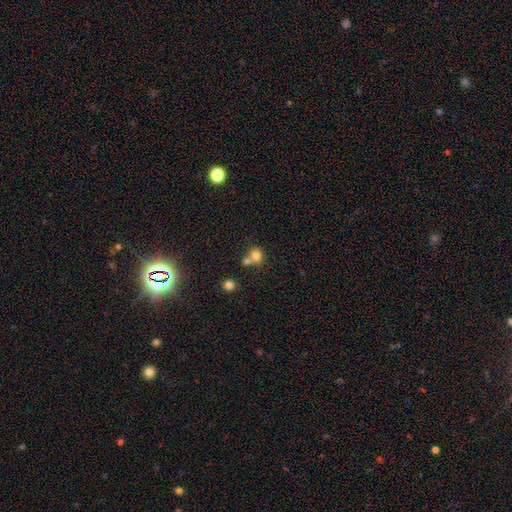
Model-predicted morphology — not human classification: The model was most divided on "merging": none: 47%, merger: 41%, minor disturbance: 9%, major disturbance: 3%. More confident: how rounded — round (80%); smooth or featured — smooth (78%).